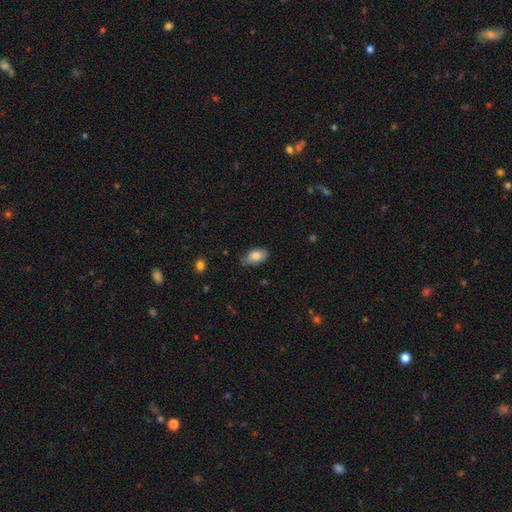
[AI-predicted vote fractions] Smooth or featured? smooth (83%)
How rounded? in between (92%)
Merging? none (76%)